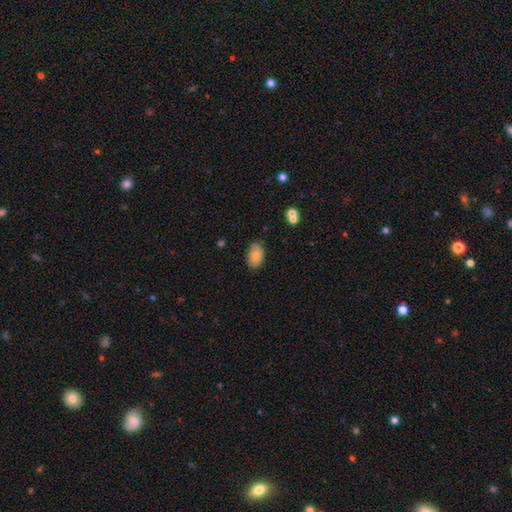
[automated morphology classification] Smooth or featured? smooth (82%)
How rounded? in between (88%)
Merging? none (80%)